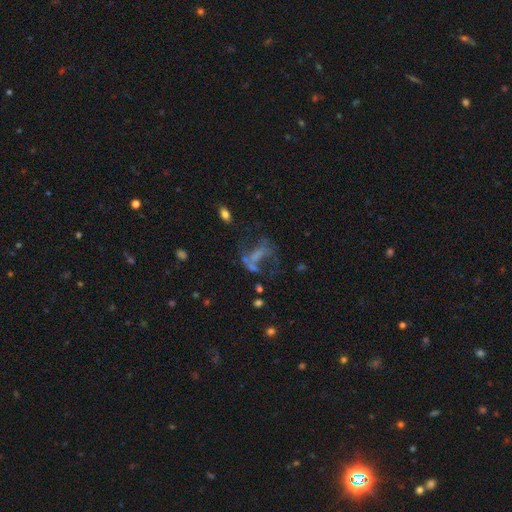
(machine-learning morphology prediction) type=featured or disk (51%); edge-on=no (95%); merging=major disturbance (41%).